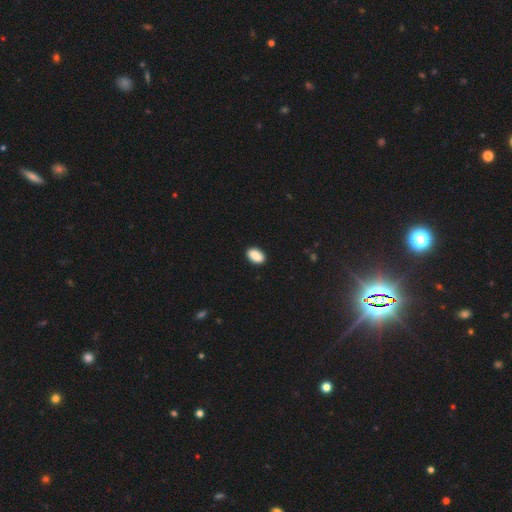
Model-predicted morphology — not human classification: smooth-or-featured: smooth: 90% | star or artifact: 7% | featured or disk: 3%
  how-rounded: in between: 91% | round: 7% | cigar-shaped: 2%
  merging: none: 90% | minor disturbance: 7% | major disturbance: 2% | merger: 1%